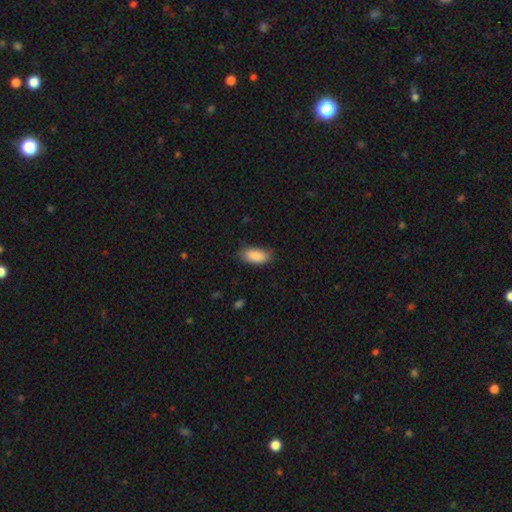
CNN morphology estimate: A smooth galaxy with no disk features (89%) that is in between round and cigar-shaped (90%).

Vote fractions:
- Smooth or featured? smooth: 89% / star or artifact: 6% / featured or disk: 5%
- How rounded? in between: 90% / cigar-shaped: 8% / round: 2%
- Merging? none: 77% / minor disturbance: 18% / major disturbance: 4% / merger: 1%